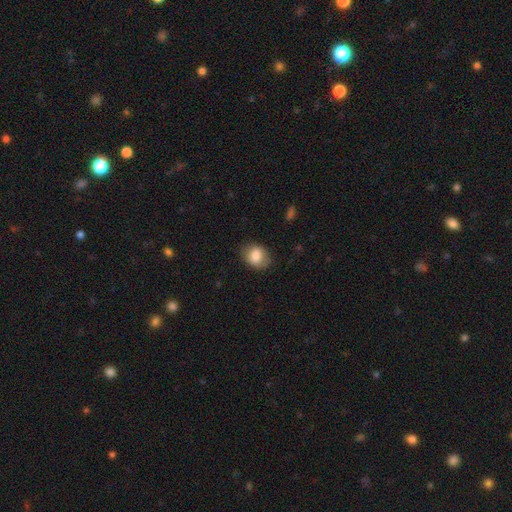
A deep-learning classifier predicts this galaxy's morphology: type=smooth (82%); roundness=in between (62%); merging=none (80%).